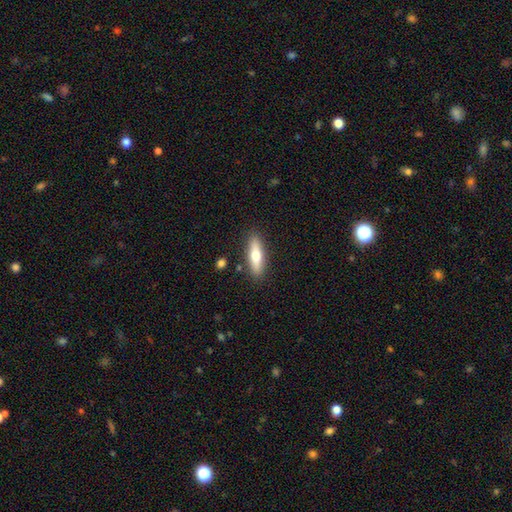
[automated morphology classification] smooth 60%, featured or disk 34%, star or artifact 6%. Down the decision tree: how rounded — cigar-shaped (59%); merging — none (86%).